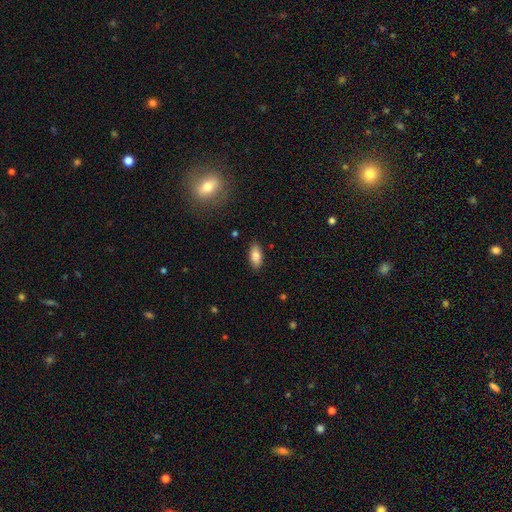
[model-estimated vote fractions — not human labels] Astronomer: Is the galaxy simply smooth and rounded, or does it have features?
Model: smooth — 83%.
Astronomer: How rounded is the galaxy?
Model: in between — 90%.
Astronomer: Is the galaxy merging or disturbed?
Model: none — 87%.